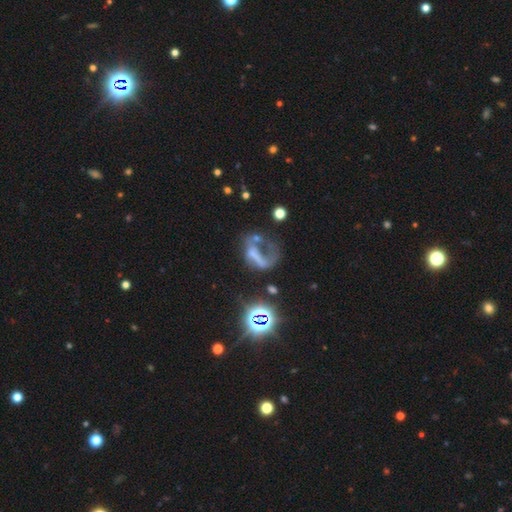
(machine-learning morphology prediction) type=featured or disk (50%); edge-on=no (95%); merging=major disturbance (50%).